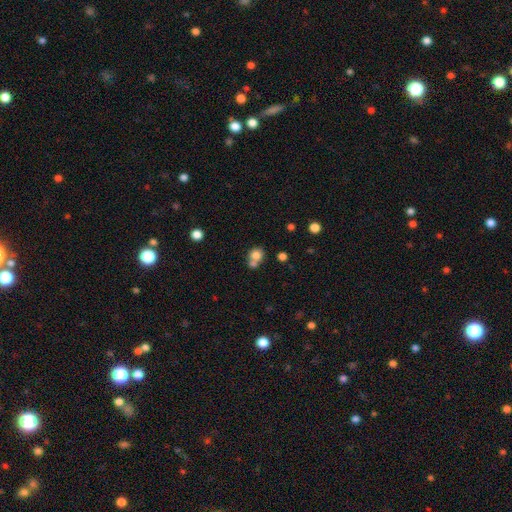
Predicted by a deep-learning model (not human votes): smooth_or_featured: smooth (p=0.78) [alt: star or artifact p=0.11]
how_rounded: round (p=0.79) [alt: in between p=0.20]
merging: merger (p=0.47) [alt: none p=0.40]